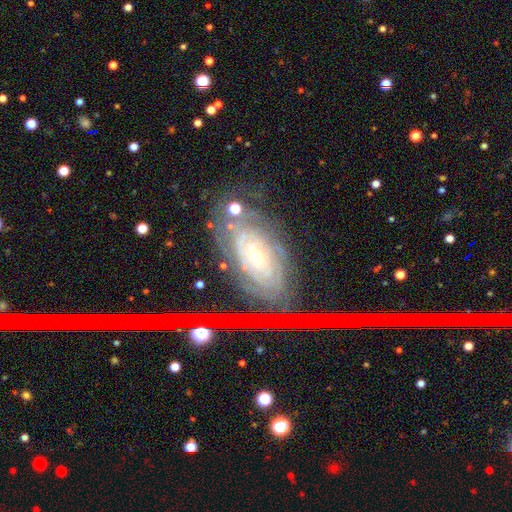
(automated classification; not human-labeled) Q: Smooth or featured?
A: featured or disk (75%); runner-up: star or artifact (13%)
Q: Edge-on disk?
A: no (90%); runner-up: yes (10%)
Q: Bar?
A: no (68%); runner-up: weak (23%)
Q: Spiral arms?
A: yes (89%); runner-up: no (11%)
Q: Spiral winding?
A: tight (78%); runner-up: medium (17%)
Q: Spiral arm count?
A: can't tell (53%); runner-up: 2 (17%)
Q: Bulge size?
A: small (59%); runner-up: moderate (36%)
Q: Merging?
A: none (71%); runner-up: minor disturbance (18%)